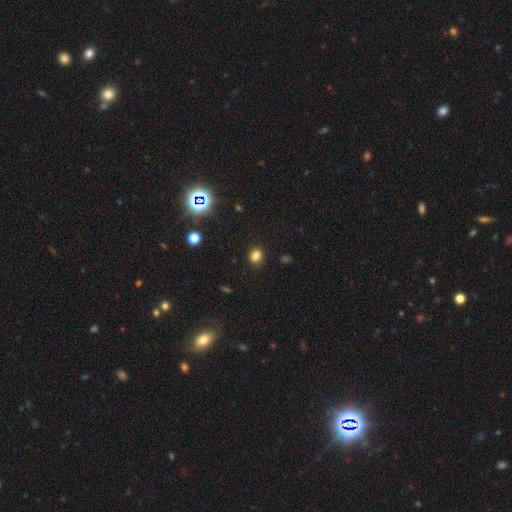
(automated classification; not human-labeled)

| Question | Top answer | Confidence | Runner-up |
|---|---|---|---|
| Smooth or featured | smooth | 77% | star or artifact (17%) |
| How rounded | round | 60% | in between (39%) |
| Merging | none | 82% | minor disturbance (11%) |